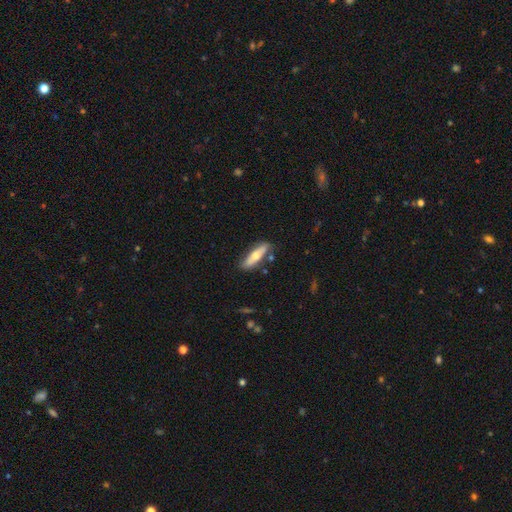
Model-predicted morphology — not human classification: type=smooth (55%); roundness=cigar-shaped (62%); merging=none (77%).